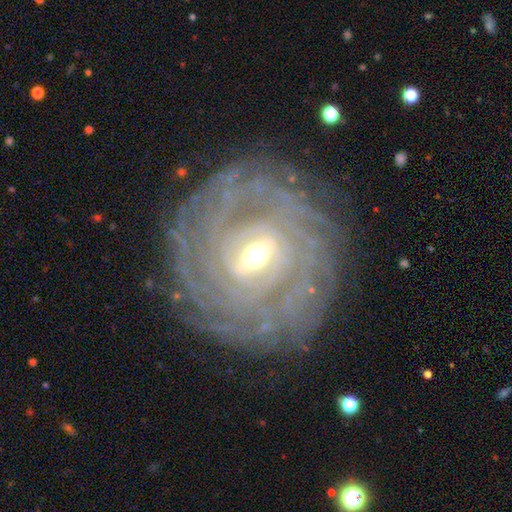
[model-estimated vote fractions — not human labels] This is clearly a featured or disk galaxy (89%). It is clearly not viewed edge-on (96%). Bar: possibly weak (48%). Spiral arm pattern: clearly yes (95%). Spiral arm count: marginally can't tell (32%). Spiral winding: clearly tight (86%). Central bulge: possibly moderate (57%). Merging: clearly none (83%).